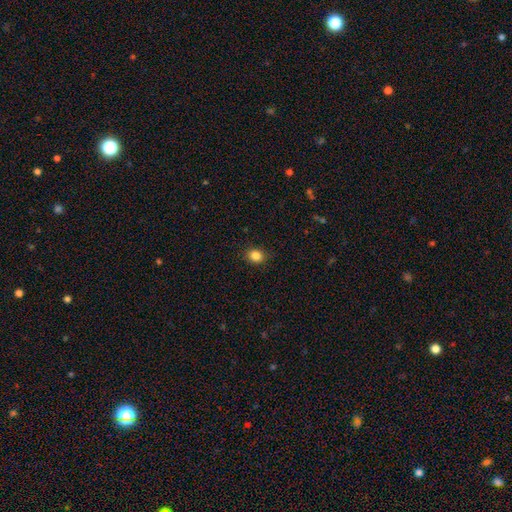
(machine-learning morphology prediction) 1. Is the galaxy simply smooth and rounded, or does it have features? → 85% smooth, 11% star or artifact, 4% featured or disk.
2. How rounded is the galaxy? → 57% round, 42% in between, 1% cigar-shaped.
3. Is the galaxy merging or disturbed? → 88% none, 9% minor disturbance, 2% major disturbance, 1% merger.